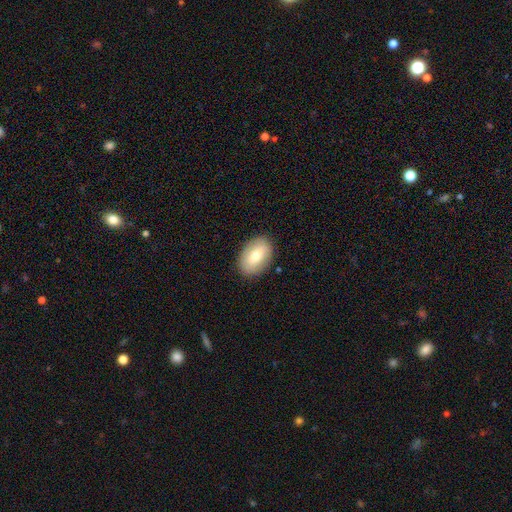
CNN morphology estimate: Smooth or featured?
  - smooth: 73% *
  - featured or disk: 20%
  - star or artifact: 7%
How rounded?
  - in between: 89% *
  - round: 10%
  - cigar-shaped: 1%
Merging?
  - none: 87% *
  - minor disturbance: 10%
  - major disturbance: 2%
  - merger: 1%